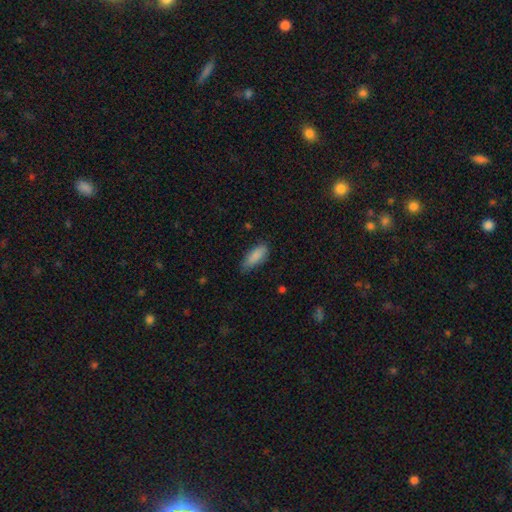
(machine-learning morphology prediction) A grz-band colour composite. It shows a smooth galaxy with no disk features (87%) that is in between round and cigar-shaped (75%). Merging: none (63%).